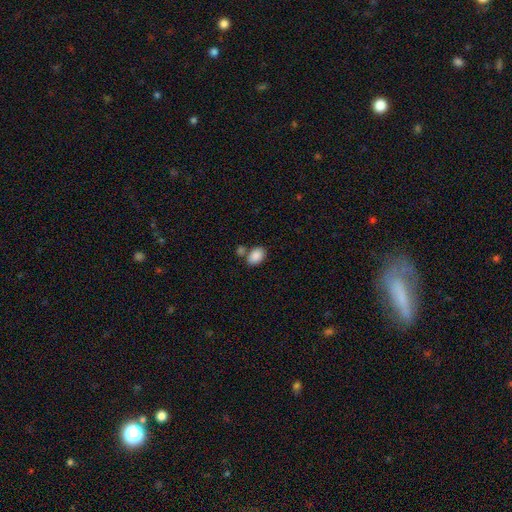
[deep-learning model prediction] A smooth galaxy with no disk features (88%) that is in between round and cigar-shaped (83%). Merging: none (63%).